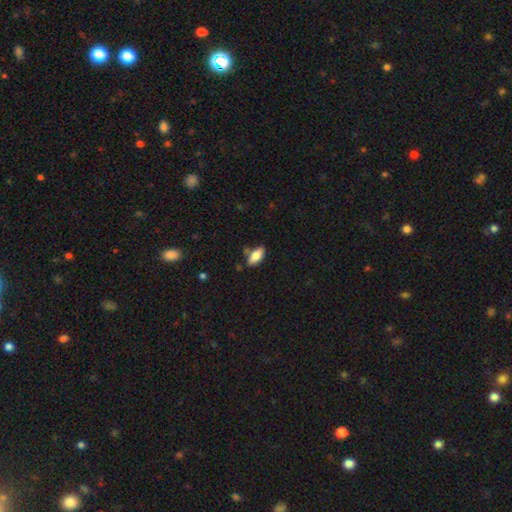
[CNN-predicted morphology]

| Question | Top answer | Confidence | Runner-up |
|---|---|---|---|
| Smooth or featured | smooth | 80% | featured or disk (13%) |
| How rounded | in between | 86% | cigar-shaped (12%) |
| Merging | none | 75% | minor disturbance (16%) |